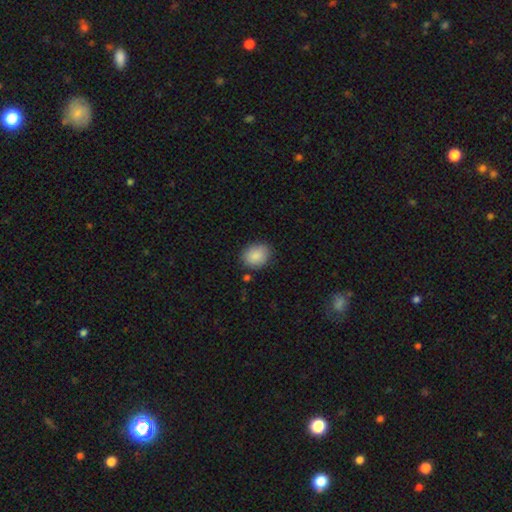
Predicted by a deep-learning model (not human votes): A smooth galaxy with no disk features (88%) that is in between round and cigar-shaped (51%). Merging: none (80%).